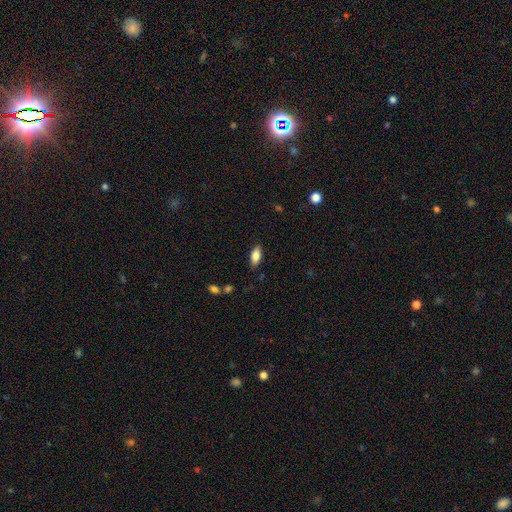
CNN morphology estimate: smooth 83%, featured or disk 10%, star or artifact 7%. Down the decision tree: how rounded — in between (85%); merging — none (84%).